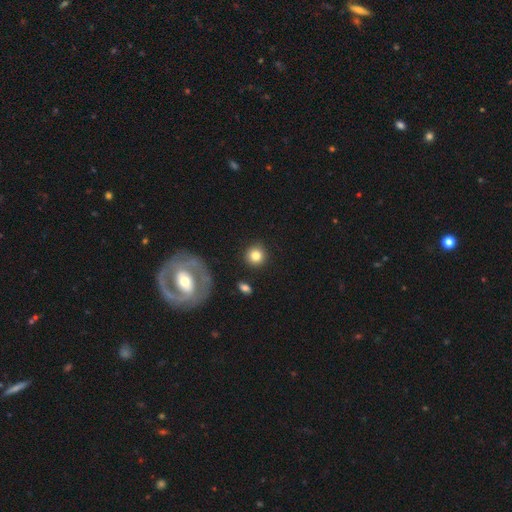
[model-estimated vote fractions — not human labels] A smooth galaxy with no disk features (82%) that is round (92%). Merging: none (88%).